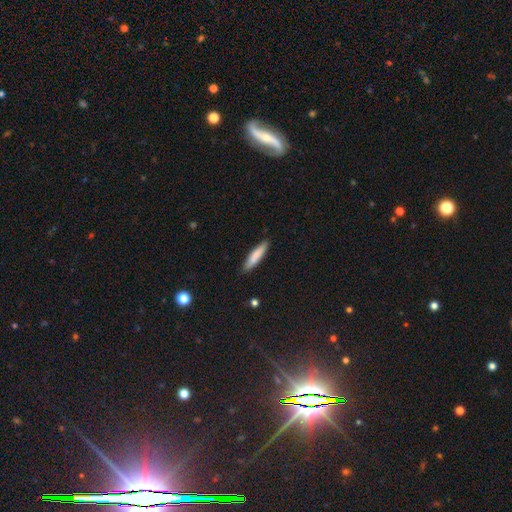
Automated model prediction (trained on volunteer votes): smooth-or-featured: smooth: 80% | featured or disk: 15% | star or artifact: 6%
  how-rounded: cigar-shaped: 83% | in between: 16% | round: 1%
  merging: none: 88% | minor disturbance: 9% | major disturbance: 2% | merger: 1%